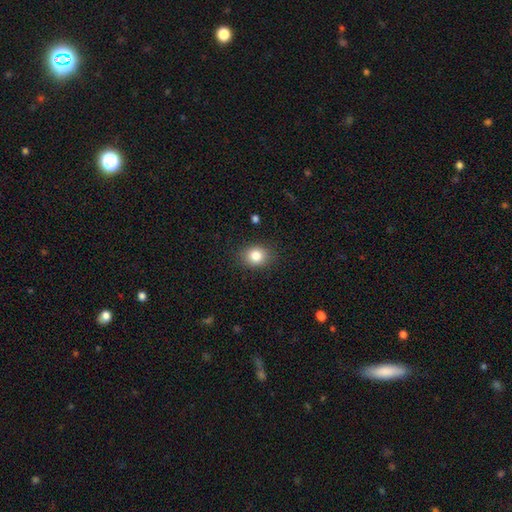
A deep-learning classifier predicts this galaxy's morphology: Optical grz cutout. It shows a smooth galaxy with no disk features (83%) that is round (56%). Merging: none (87%).